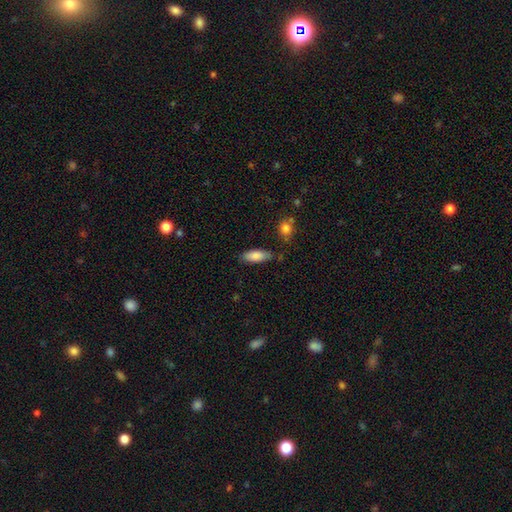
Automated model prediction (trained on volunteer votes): Smooth or featured?
  - smooth: 85% *
  - featured or disk: 9%
  - star or artifact: 6%
How rounded?
  - in between: 76% *
  - cigar-shaped: 22%
  - round: 2%
Merging?
  - none: 78% *
  - minor disturbance: 16%
  - merger: 3%
  - major disturbance: 3%